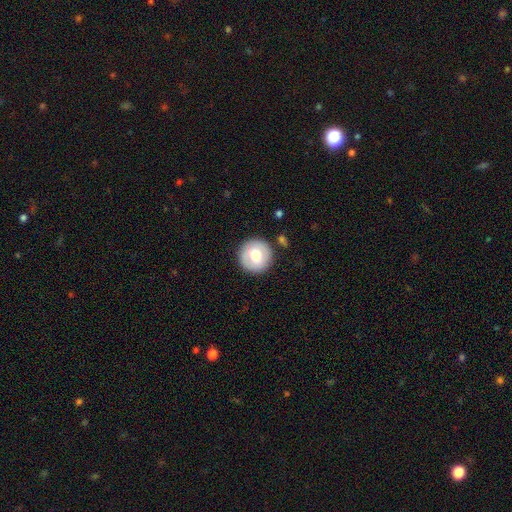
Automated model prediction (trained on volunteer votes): Q: Smooth or featured?
A: smooth (63%); runner-up: featured or disk (30%)
Q: How rounded?
A: round (94%); runner-up: in between (5%)
Q: Merging?
A: none (87%); runner-up: minor disturbance (8%)